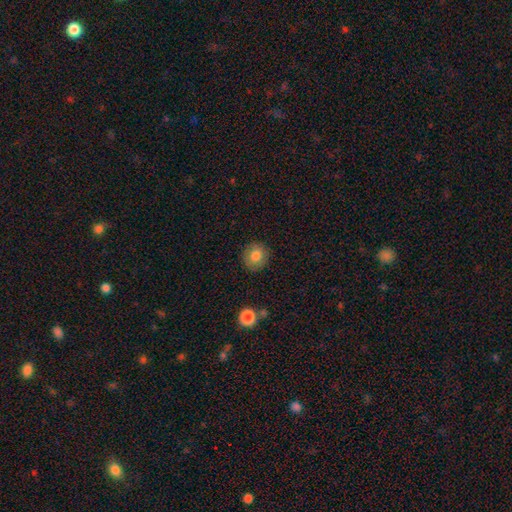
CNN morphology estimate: Smooth or featured: smooth — 79% (featured or disk — 12%)
How rounded: round — 85% (in between — 14%)
Merging: none — 86% (minor disturbance — 10%)